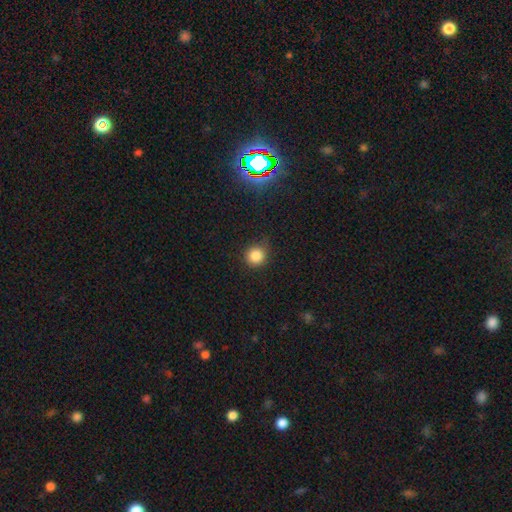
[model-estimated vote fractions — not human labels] smooth_or_featured: smooth (p=0.84) [alt: star or artifact p=0.12]
how_rounded: round (p=0.89) [alt: in between p=0.10]
merging: none (p=0.76) [alt: minor disturbance p=0.18]